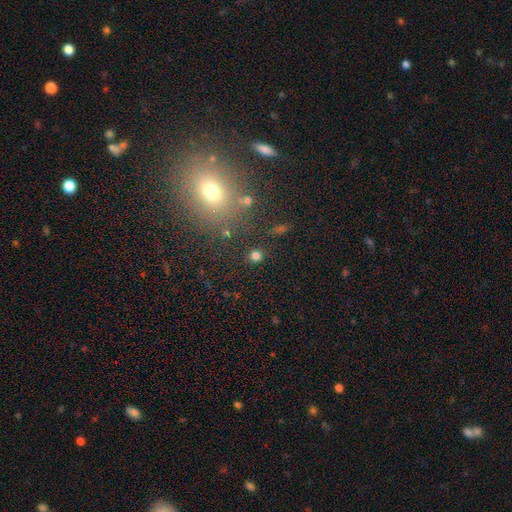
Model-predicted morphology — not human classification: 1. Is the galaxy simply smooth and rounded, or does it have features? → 78% smooth, 17% star or artifact, 6% featured or disk.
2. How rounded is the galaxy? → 87% round, 12% in between, 1% cigar-shaped.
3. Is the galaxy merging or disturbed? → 86% none, 7% minor disturbance, 4% merger, 3% major disturbance.